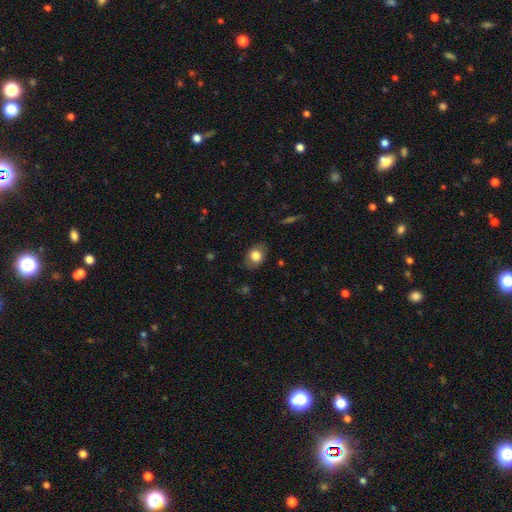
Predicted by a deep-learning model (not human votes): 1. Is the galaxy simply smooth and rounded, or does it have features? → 78% smooth, 13% featured or disk, 9% star or artifact.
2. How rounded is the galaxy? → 64% in between, 35% round, 1% cigar-shaped.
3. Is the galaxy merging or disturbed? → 81% none, 14% minor disturbance, 3% major disturbance, 1% merger.